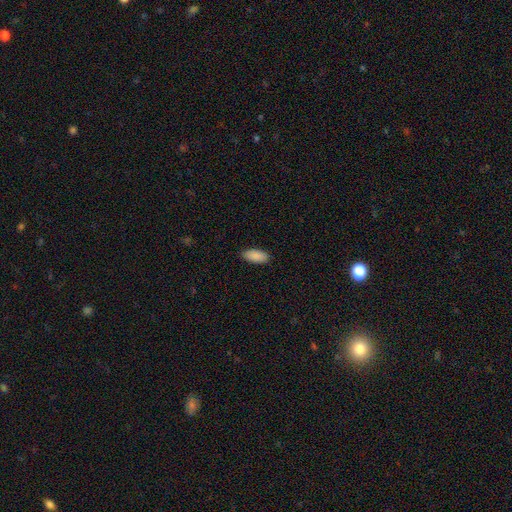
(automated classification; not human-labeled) Smooth or featured? smooth (90%)
How rounded? in between (91%)
Merging? none (89%)